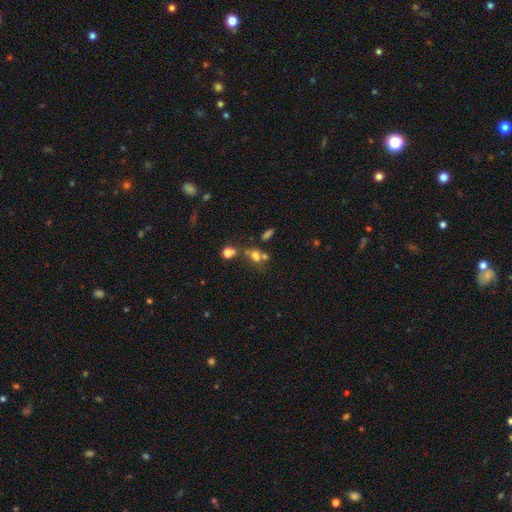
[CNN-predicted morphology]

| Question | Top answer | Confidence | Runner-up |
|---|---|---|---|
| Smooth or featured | smooth | 64% | star or artifact (21%) |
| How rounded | in between | 53% | round (43%) |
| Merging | none | 41% | merger (37%) |